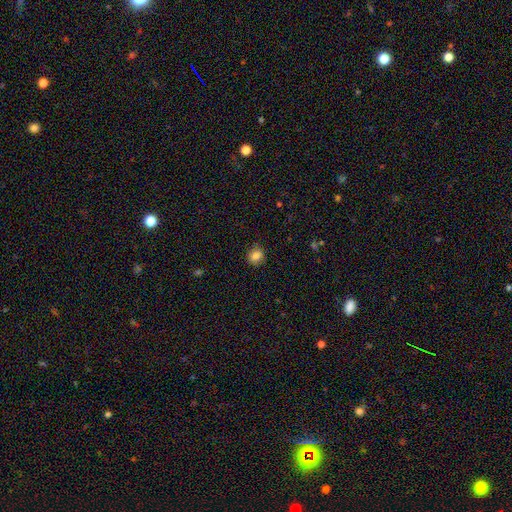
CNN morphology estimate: Smooth or featured: smooth — 84% (star or artifact — 10%)
How rounded: round — 77% (in between — 22%)
Merging: none — 87% (minor disturbance — 10%)